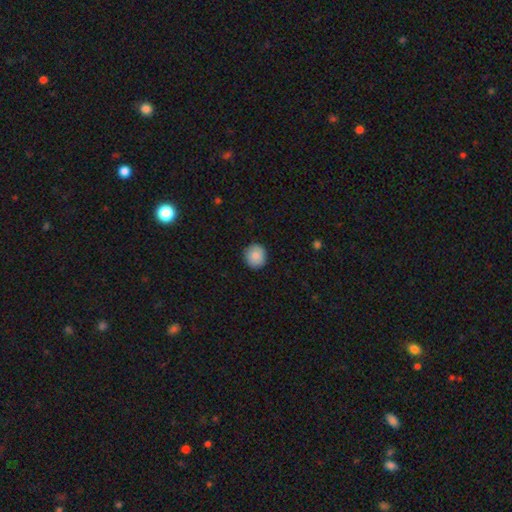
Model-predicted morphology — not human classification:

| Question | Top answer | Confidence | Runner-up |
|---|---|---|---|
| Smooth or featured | smooth | 88% | star or artifact (8%) |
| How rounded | round | 92% | in between (7%) |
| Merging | none | 91% | minor disturbance (6%) |